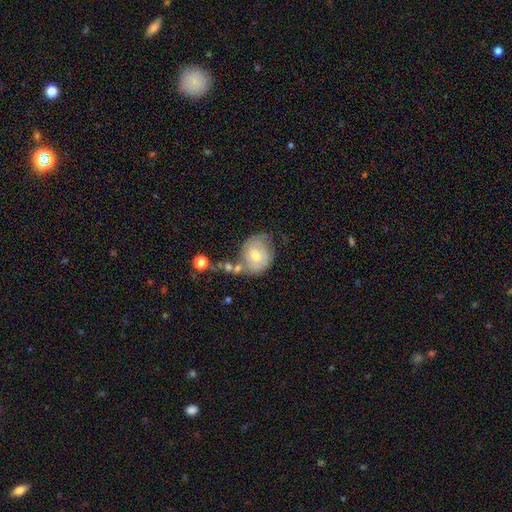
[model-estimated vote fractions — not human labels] Morphology: type=smooth (49%); merging=none (40%).